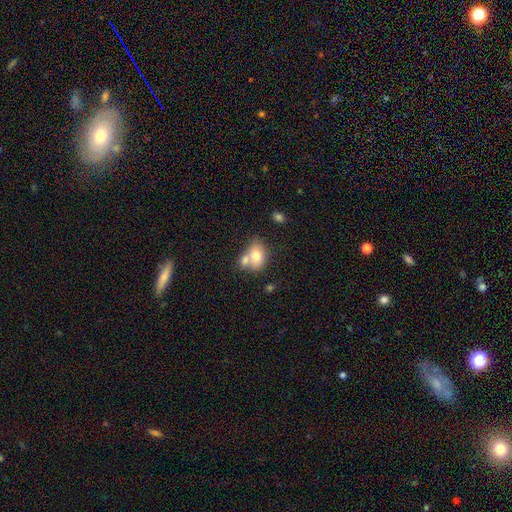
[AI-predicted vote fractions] smooth-or-featured: smooth: 71% | featured or disk: 20% | star or artifact: 9%
  how-rounded: in between: 67% | round: 32% | cigar-shaped: 1%
  merging: merger: 52% | none: 32% | minor disturbance: 11% | major disturbance: 5%